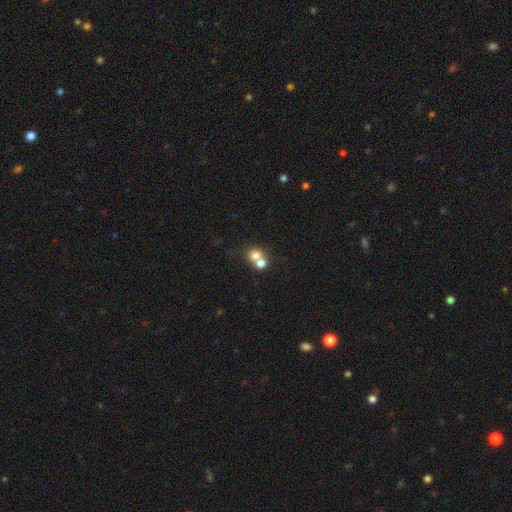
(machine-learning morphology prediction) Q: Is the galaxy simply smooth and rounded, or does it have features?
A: smooth — 74%.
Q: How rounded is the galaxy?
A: round — 80%.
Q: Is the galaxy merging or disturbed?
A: merger — 55%.